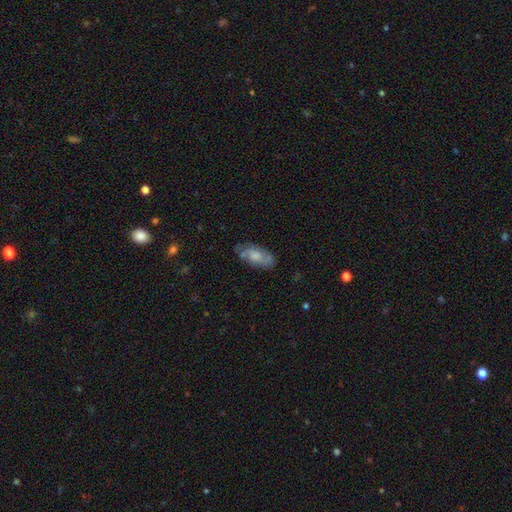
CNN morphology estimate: smooth 55%, featured or disk 37%, star or artifact 7%. Down the decision tree: how rounded — in between (87%); merging — none (66%).